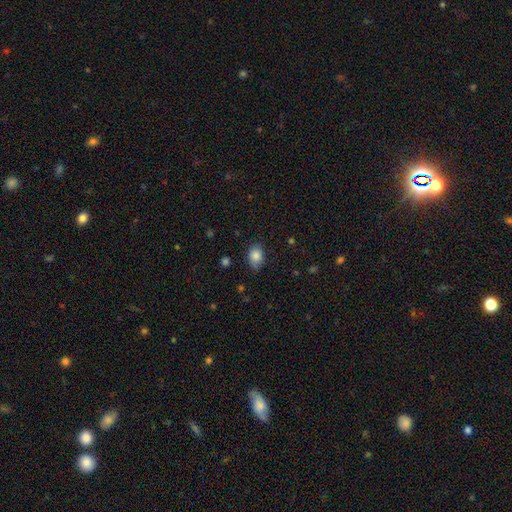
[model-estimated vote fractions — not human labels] Q: Smooth or featured?
A: smooth (85%); runner-up: star or artifact (9%)
Q: How rounded?
A: in between (71%); runner-up: round (28%)
Q: Merging?
A: none (75%); runner-up: minor disturbance (20%)